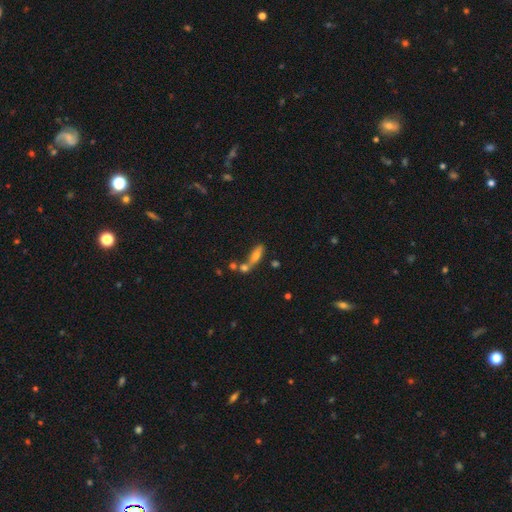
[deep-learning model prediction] Smooth or featured?
  - smooth: 59% *
  - featured or disk: 28%
  - star or artifact: 14%
How rounded?
  - in between: 48% *
  - cigar-shaped: 47%
  - round: 5%
Merging?
  - none: 43% *
  - merger: 37%
  - minor disturbance: 13%
  - major disturbance: 7%